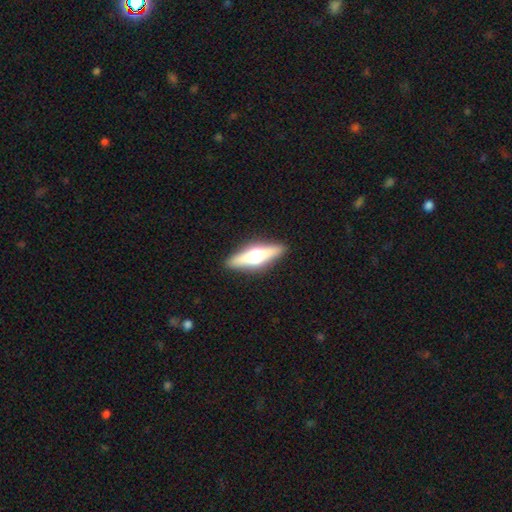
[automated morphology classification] A featured or disk galaxy (59%) viewed edge-on (94%) with a rounded central bulge (94%). Merging: none (90%).